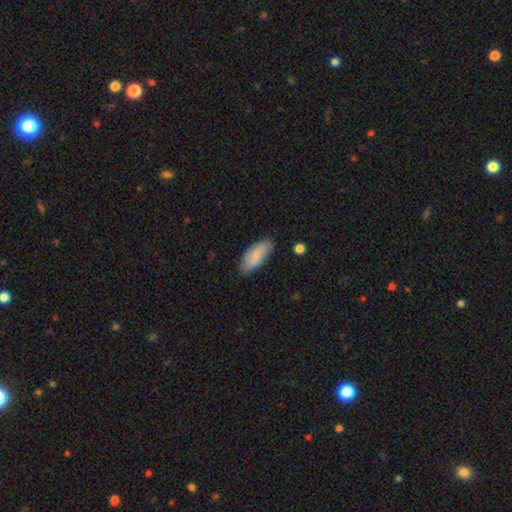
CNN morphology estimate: Smooth or featured? smooth (83%)
How rounded? in between (81%)
Merging? none (81%)